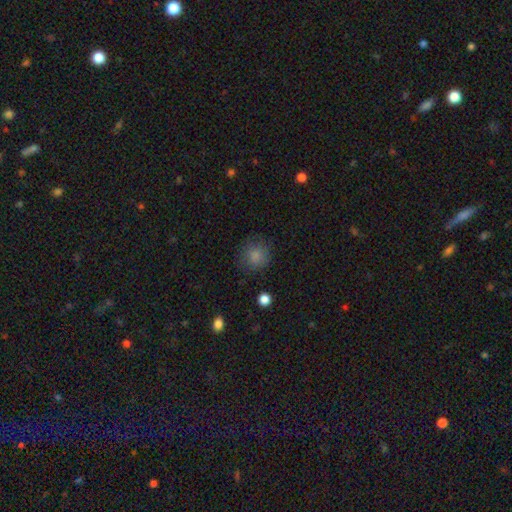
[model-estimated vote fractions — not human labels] smooth_or_featured: smooth (p=0.83) [alt: star or artifact p=0.11]
how_rounded: round (p=0.88) [alt: in between p=0.11]
merging: none (p=0.80) [alt: minor disturbance p=0.14]